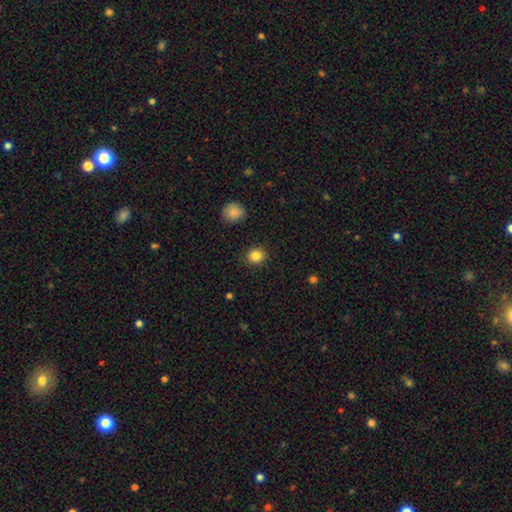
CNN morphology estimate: This is clearly a smooth galaxy (85%). How rounded: likely round (76%). Merging: clearly none (89%).